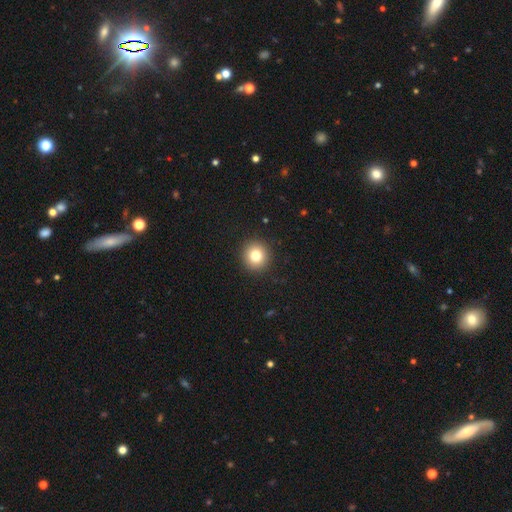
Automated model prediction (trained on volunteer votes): Smooth or featured?
  - smooth: 79% *
  - star or artifact: 12%
  - featured or disk: 9%
How rounded?
  - round: 93% *
  - in between: 6%
  - cigar-shaped: 1%
Merging?
  - none: 93% *
  - minor disturbance: 5%
  - major disturbance: 2%
  - merger: 1%